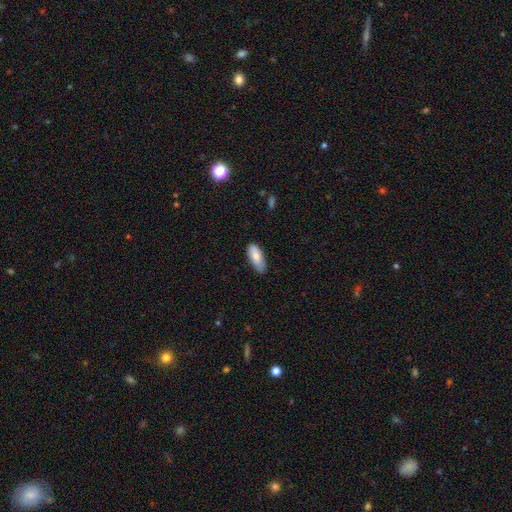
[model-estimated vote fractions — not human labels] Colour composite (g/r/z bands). It shows a smooth galaxy with no disk features (81%) that is in between round and cigar-shaped (81%). Merging: none (75%).